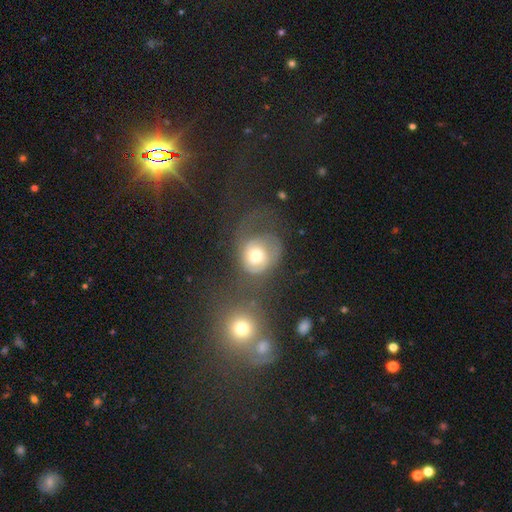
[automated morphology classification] A featured or disk galaxy (49%). Merging: major disturbance (38%).